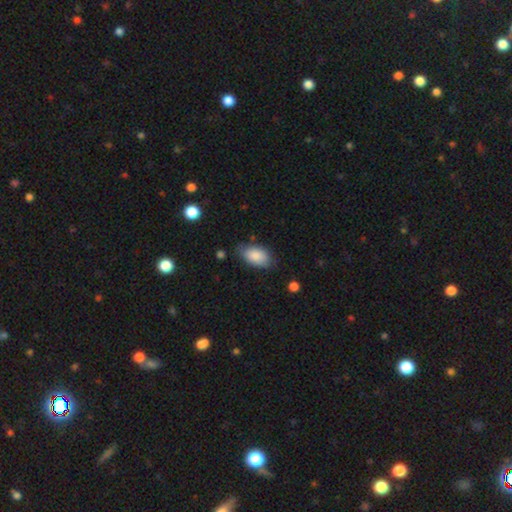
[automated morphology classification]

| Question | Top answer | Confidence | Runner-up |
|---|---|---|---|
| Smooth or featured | smooth | 87% | featured or disk (7%) |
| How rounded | in between | 93% | round (5%) |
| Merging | none | 72% | minor disturbance (22%) |